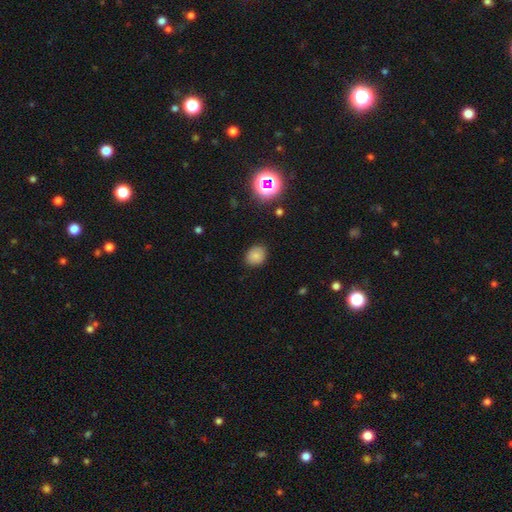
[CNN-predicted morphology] Smooth or featured?
  - smooth: 78% *
  - star or artifact: 14%
  - featured or disk: 7%
How rounded?
  - round: 56% *
  - in between: 44%
  - cigar-shaped: 1%
Merging?
  - none: 85% *
  - minor disturbance: 11%
  - major disturbance: 3%
  - merger: 1%